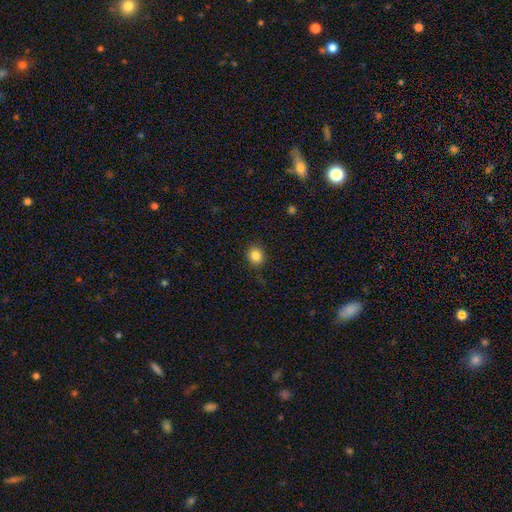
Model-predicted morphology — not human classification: Overall: smooth (85%). How rounded: round (83%). Merging: none (88%).